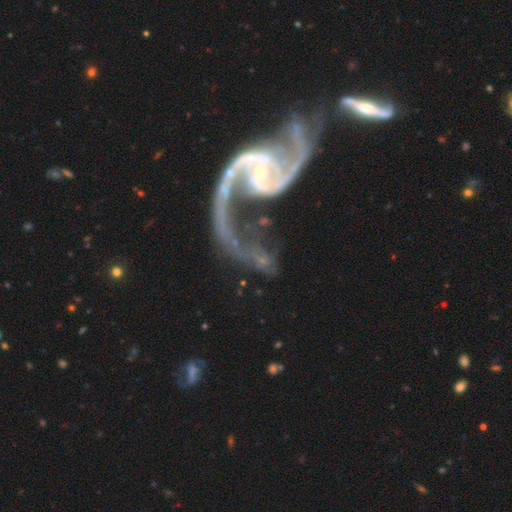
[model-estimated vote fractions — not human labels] smooth-or-featured: featured or disk: 92% | star or artifact: 5% | smooth: 3%
  disk-edge-on: no: 98% | yes: 2%
    bar: no: 41% | weak: 38% | strong: 21%
    has-spiral-arms: yes: 97% | no: 3%
      spiral-winding: loose: 59% | medium: 33% | tight: 9%
      spiral-arm-count: 2: 91% | 1: 2% | can't tell: 2% | 3: 2% | 4: 2% | more than 4: 2%
    bulge-size: small: 81% | moderate: 11% | none: 5% | large: 2% | dominant: 1%
  merging: none: 45% | major disturbance: 27% | minor disturbance: 17% | merger: 11%